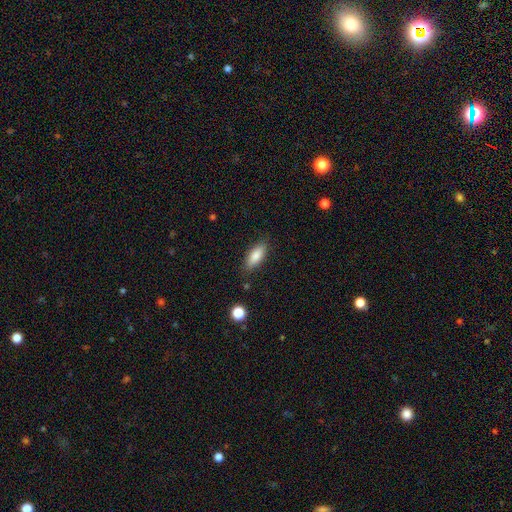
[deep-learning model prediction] Q: Smooth or featured?
A: smooth (84%); runner-up: featured or disk (9%)
Q: How rounded?
A: in between (79%); runner-up: cigar-shaped (18%)
Q: Merging?
A: none (84%); runner-up: minor disturbance (12%)